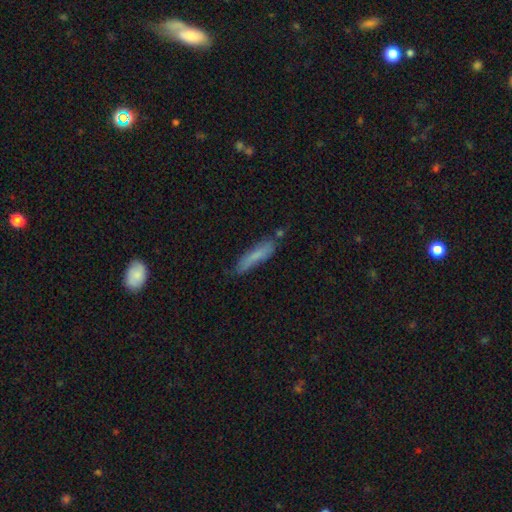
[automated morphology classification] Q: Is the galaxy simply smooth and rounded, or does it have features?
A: smooth — 74%.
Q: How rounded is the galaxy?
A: cigar-shaped — 85%.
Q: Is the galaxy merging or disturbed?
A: none — 70%.